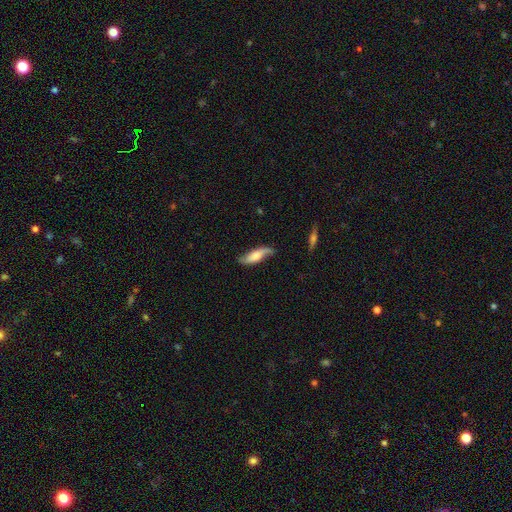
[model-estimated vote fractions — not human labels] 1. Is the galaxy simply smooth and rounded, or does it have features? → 50% featured or disk, 43% smooth, 6% star or artifact.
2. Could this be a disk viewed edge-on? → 71% no, 29% yes.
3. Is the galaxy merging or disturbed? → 65% none, 26% minor disturbance, 7% major disturbance, 2% merger.